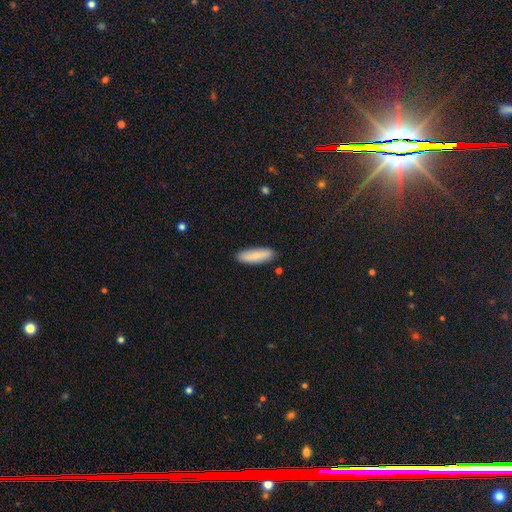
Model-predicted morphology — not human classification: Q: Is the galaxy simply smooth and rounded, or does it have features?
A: smooth — 79%.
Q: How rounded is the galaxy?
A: cigar-shaped — 52%.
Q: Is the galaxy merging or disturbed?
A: none — 88%.